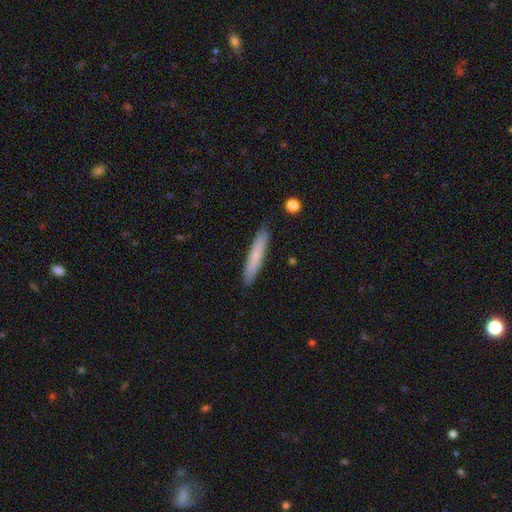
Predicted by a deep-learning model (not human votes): Smooth or featured?
  - smooth: 74% *
  - featured or disk: 21%
  - star or artifact: 6%
How rounded?
  - cigar-shaped: 94% *
  - in between: 5%
  - round: 1%
Merging?
  - none: 89% *
  - minor disturbance: 8%
  - major disturbance: 2%
  - merger: 1%